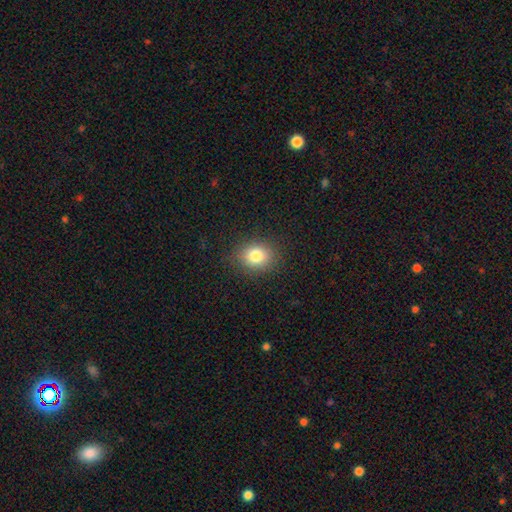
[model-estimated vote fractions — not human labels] The model was most divided on "how rounded": round: 58%, in between: 41%, cigar-shaped: 1%. More confident: merging — none (87%); smooth or featured — smooth (82%).